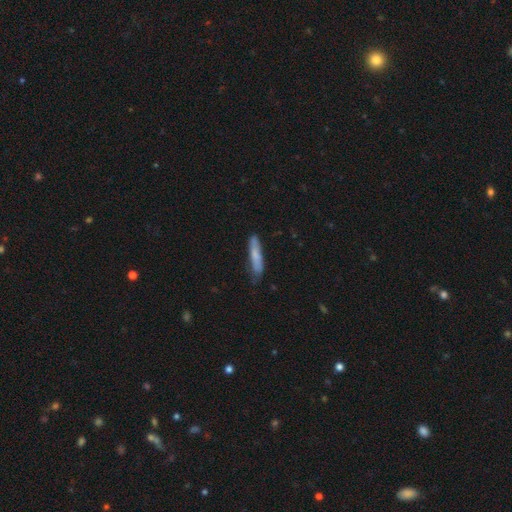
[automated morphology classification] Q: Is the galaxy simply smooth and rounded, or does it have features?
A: smooth — 73%.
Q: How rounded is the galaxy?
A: cigar-shaped — 87%.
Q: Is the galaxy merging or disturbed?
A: none — 70%.